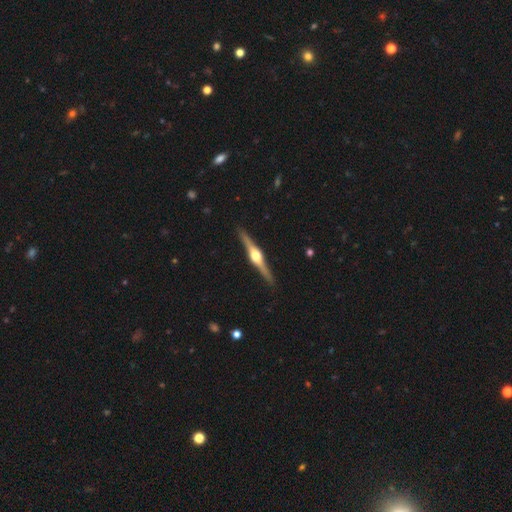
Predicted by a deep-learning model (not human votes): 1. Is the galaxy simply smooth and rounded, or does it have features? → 84% featured or disk, 11% smooth, 4% star or artifact.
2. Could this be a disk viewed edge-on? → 98% yes, 2% no.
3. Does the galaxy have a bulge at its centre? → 95% rounded, 3% boxy, 1% none.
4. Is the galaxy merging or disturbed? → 92% none, 6% minor disturbance, 1% major disturbance, 1% merger.